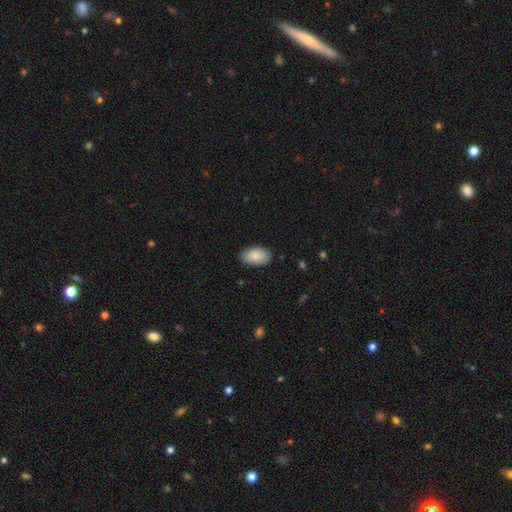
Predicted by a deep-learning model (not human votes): smooth-or-featured: smooth: 87% | featured or disk: 7% | star or artifact: 6%
  how-rounded: in between: 95% | round: 4% | cigar-shaped: 2%
  merging: none: 86% | minor disturbance: 11% | major disturbance: 2% | merger: 1%